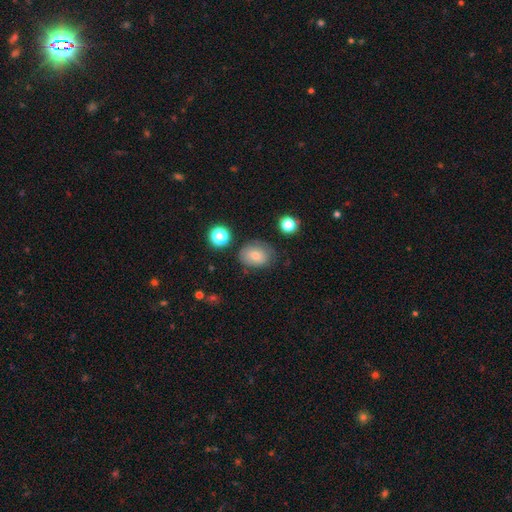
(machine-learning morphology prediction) Overall: smooth (75%). How rounded: in between (57%; round 42%). Merging: none (72%).